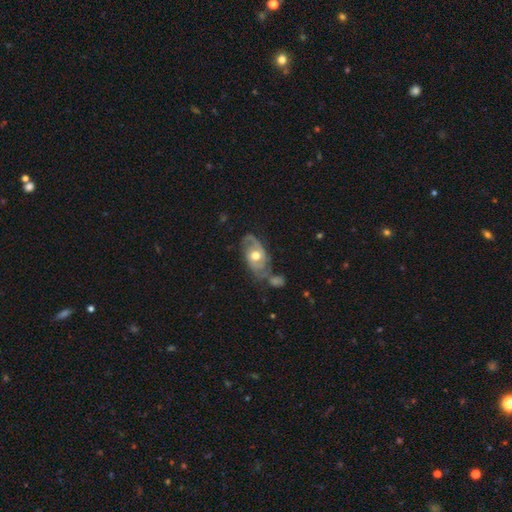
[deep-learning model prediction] Smooth or featured? featured or disk (75%)
Edge-on disk? no (94%)
Bar? no (73%)
Spiral arms? yes (83%)
Spiral winding? tight (40%, tied with medium)
Spiral arm count? 2 (72%)
Bulge size? moderate (74%)
Merging? none (47%)